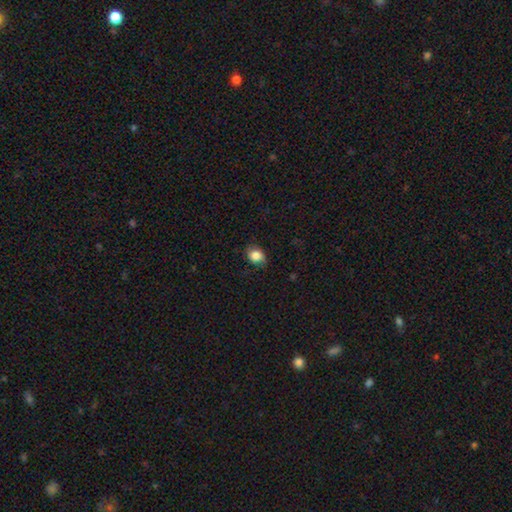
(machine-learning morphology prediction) smooth 85%, star or artifact 9%, featured or disk 6%. Down the decision tree: how rounded — in between (53%); merging — none (75%).